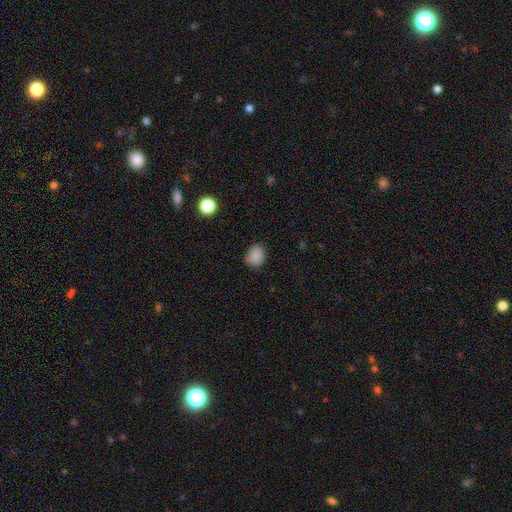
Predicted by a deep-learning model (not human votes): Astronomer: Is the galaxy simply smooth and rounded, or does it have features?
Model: smooth — 86%.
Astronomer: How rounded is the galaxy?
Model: round — 61% (runner-up: in between, 38%).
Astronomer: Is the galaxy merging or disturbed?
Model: none — 80%.